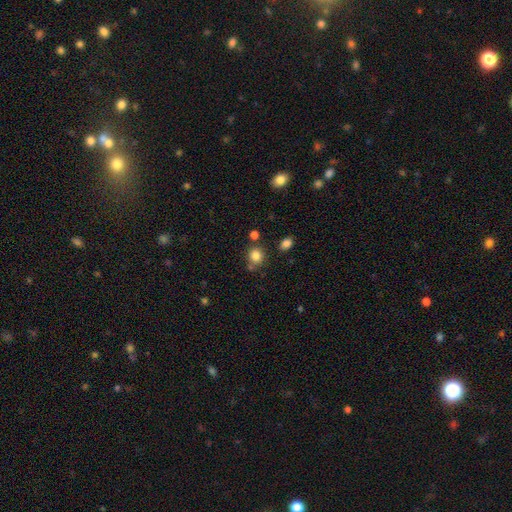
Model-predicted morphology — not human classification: A smooth galaxy with no disk features (83%) that is round (81%).

Vote fractions:
- Smooth or featured? smooth: 83% / star or artifact: 12% / featured or disk: 5%
- How rounded? round: 81% / in between: 18% / cigar-shaped: 1%
- Merging? none: 72% / minor disturbance: 12% / merger: 11% / major disturbance: 4%